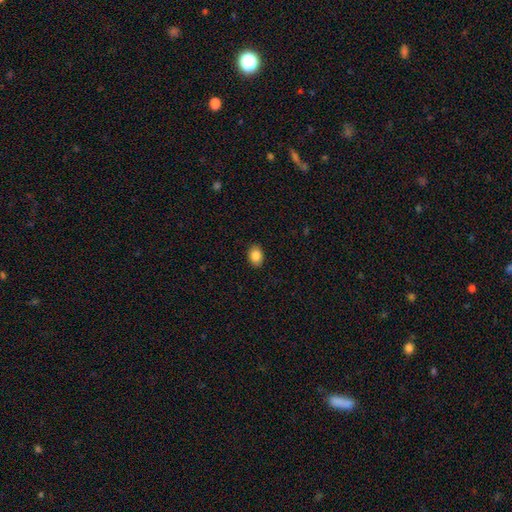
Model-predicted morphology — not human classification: The model was most divided on "how rounded": in between: 70%, round: 29%, cigar-shaped: 1%. More confident: merging — none (90%); smooth or featured — smooth (86%).